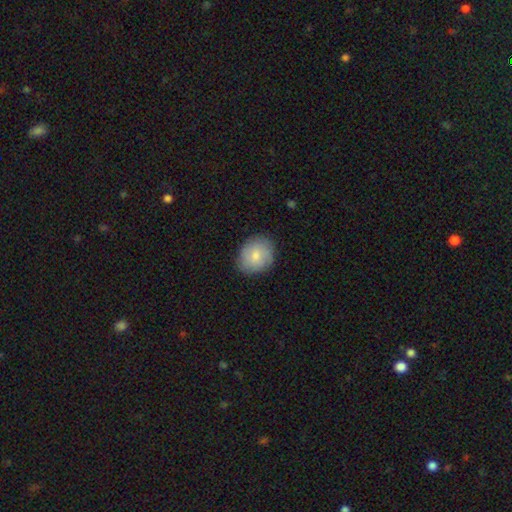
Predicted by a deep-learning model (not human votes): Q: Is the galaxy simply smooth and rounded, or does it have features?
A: smooth — 76%.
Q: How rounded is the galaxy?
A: round — 58%.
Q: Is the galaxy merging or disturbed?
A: none — 80%.